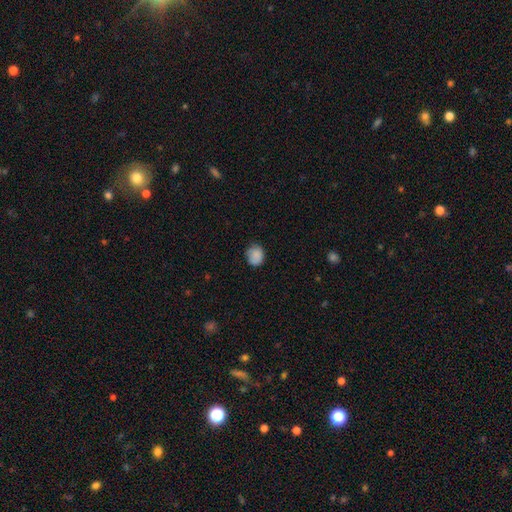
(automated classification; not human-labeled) Smooth or featured: smooth — 85% (star or artifact — 9%)
How rounded: round — 69% (in between — 30%)
Merging: none — 73% (minor disturbance — 21%)